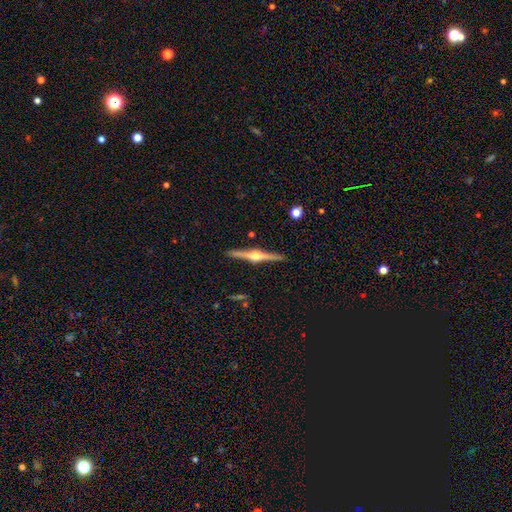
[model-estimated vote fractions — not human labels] Smooth or featured?
  - featured or disk: 83% *
  - smooth: 12%
  - star or artifact: 5%
Edge-on disk?
  - yes: 99% *
  - no: 1%
Edge-on bulge?
  - rounded: 94% *
  - boxy: 4%
  - none: 2%
Merging?
  - none: 91% *
  - minor disturbance: 6%
  - major disturbance: 1%
  - merger: 1%